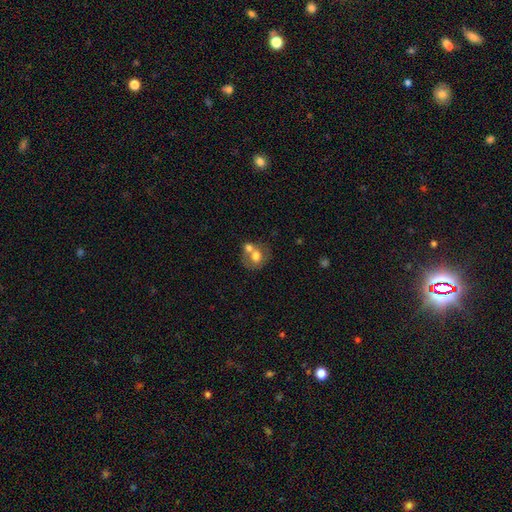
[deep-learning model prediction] A smooth galaxy with no disk features (64%) that is round (67%). Merging: merger (51%).